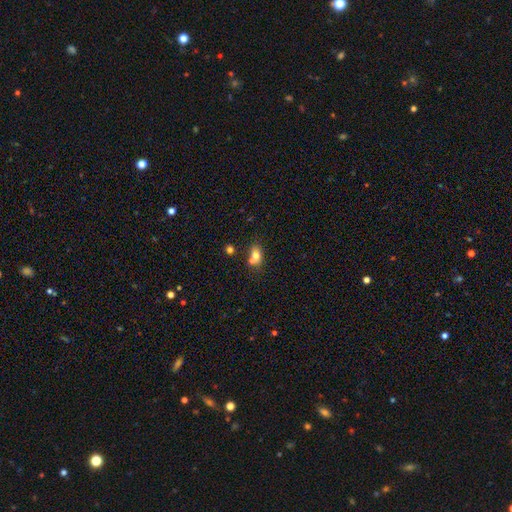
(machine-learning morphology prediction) smooth 73%, featured or disk 14%, star or artifact 13%. Down the decision tree: how rounded — in between (63%); merging — none (47%).